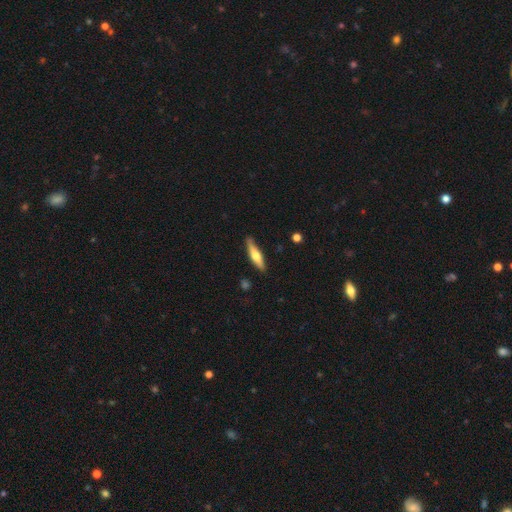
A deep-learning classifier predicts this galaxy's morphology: Smooth or featured? Predicted: smooth (p=0.49). Merging? Predicted: none (p=0.82).